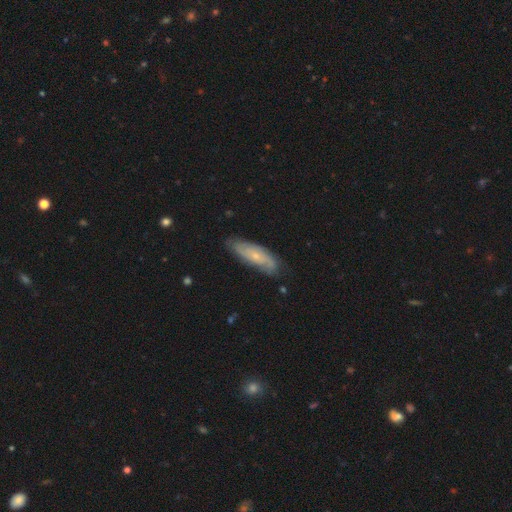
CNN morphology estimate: type=featured or disk (58%); edge-on=no (78%); merging=none (76%).